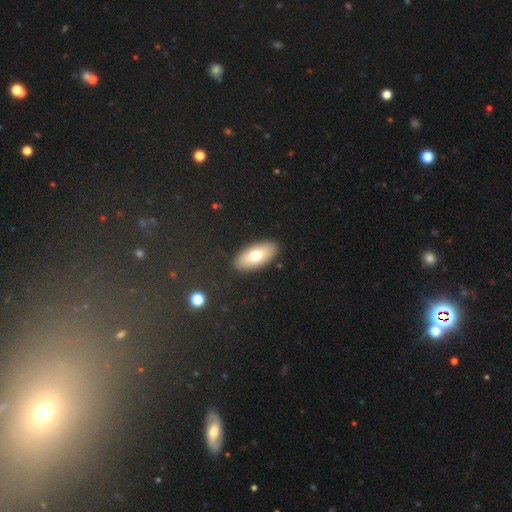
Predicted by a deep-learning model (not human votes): This appears to be a smooth galaxy with no disk features (69%) that is in between round and cigar-shaped (91%). Merging: none (88%).